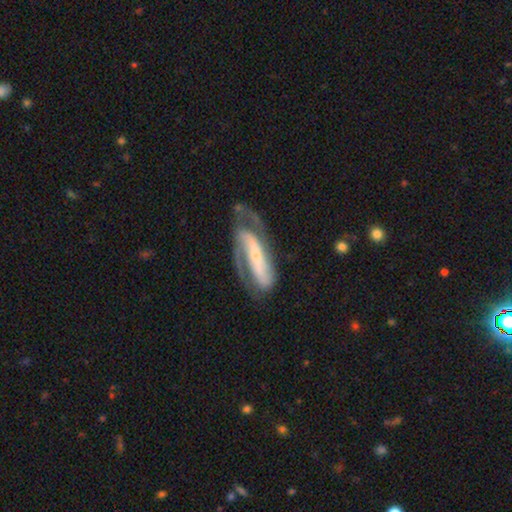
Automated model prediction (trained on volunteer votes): This appears to be a featured or disk galaxy (83%) with a strong bar (53%), 2 (80%) medium (45%) spiral arms (94%) and a small central bulge (65%). Merging: none (56%).